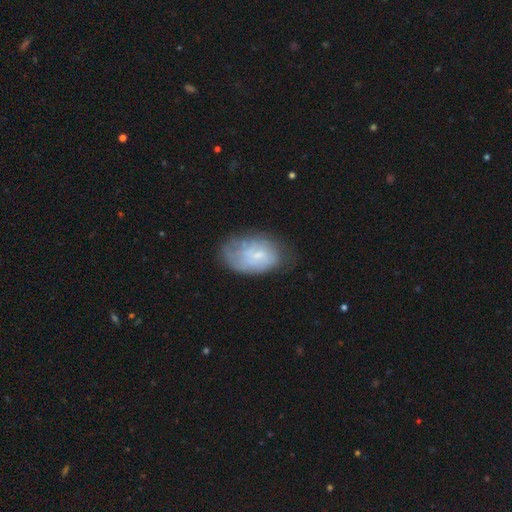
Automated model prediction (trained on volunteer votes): Smooth or featured? smooth (47%)
Merging? none (47%)